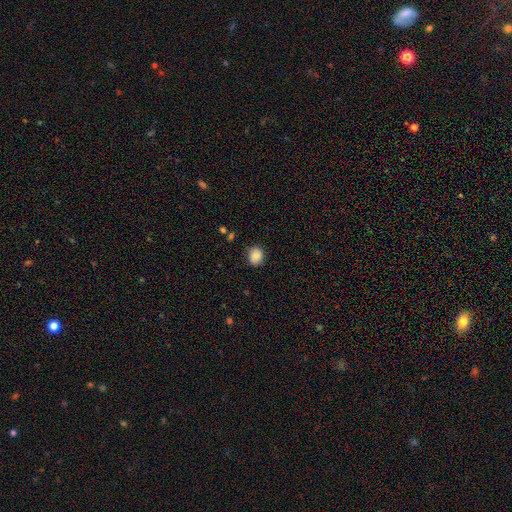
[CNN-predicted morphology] Smooth or featured?
  - smooth: 85% *
  - star or artifact: 9%
  - featured or disk: 7%
How rounded?
  - round: 73% *
  - in between: 26%
  - cigar-shaped: 1%
Merging?
  - none: 84% *
  - minor disturbance: 12%
  - major disturbance: 3%
  - merger: 1%